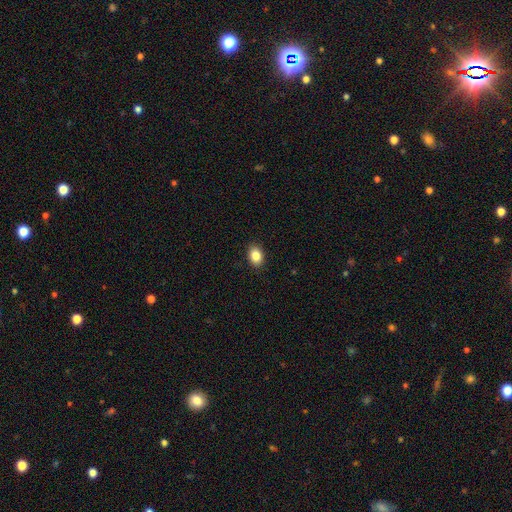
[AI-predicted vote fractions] The model was most divided on "how rounded": in between: 79%, round: 19%, cigar-shaped: 1%. More confident: merging — none (90%); smooth or featured — smooth (86%).